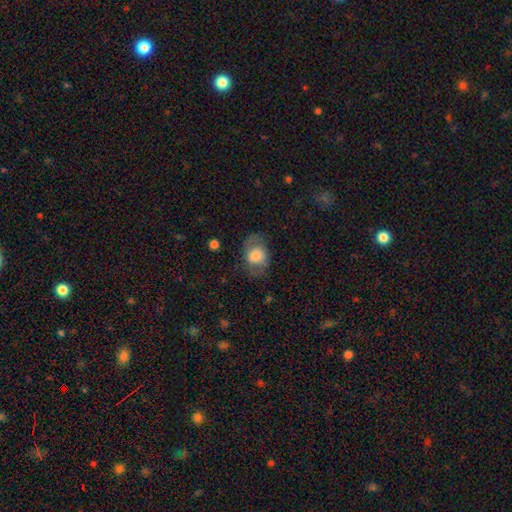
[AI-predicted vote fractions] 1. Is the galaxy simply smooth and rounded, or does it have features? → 65% smooth, 27% featured or disk, 8% star or artifact.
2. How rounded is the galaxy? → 64% in between, 35% round, 1% cigar-shaped.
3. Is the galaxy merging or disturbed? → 64% none, 21% minor disturbance, 14% major disturbance, 1% merger.